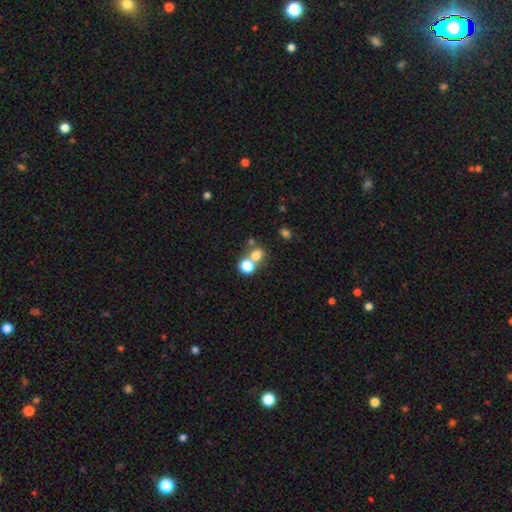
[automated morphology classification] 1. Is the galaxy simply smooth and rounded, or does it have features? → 71% smooth, 18% star or artifact, 11% featured or disk.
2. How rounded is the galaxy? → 78% round, 21% in between, 1% cigar-shaped.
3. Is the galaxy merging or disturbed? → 47% none, 42% merger, 7% minor disturbance, 4% major disturbance.